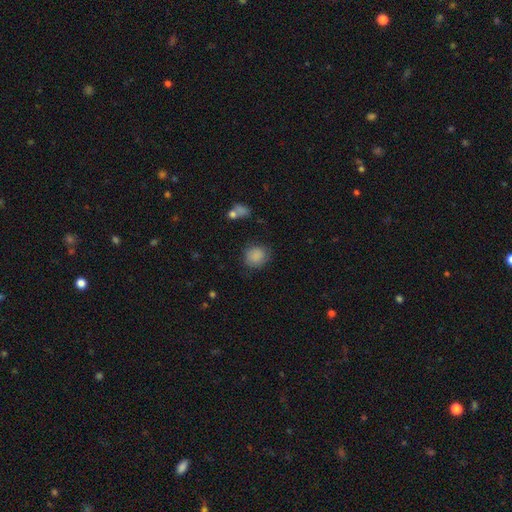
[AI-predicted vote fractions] Overall: smooth (86%). How rounded: round (78%). Merging: none (77%).